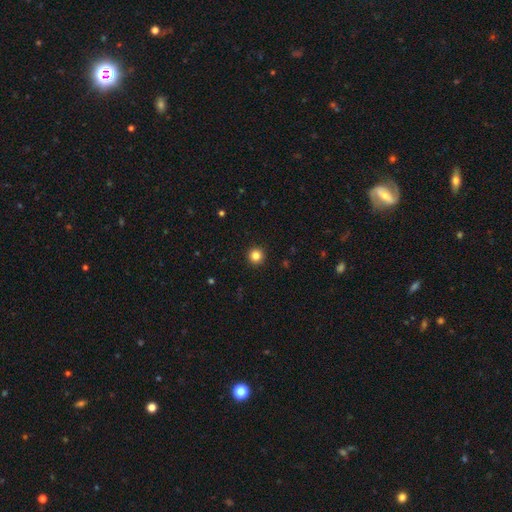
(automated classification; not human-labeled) smooth 84%, star or artifact 12%, featured or disk 4%. Down the decision tree: how rounded — round (96%); merging — none (94%).